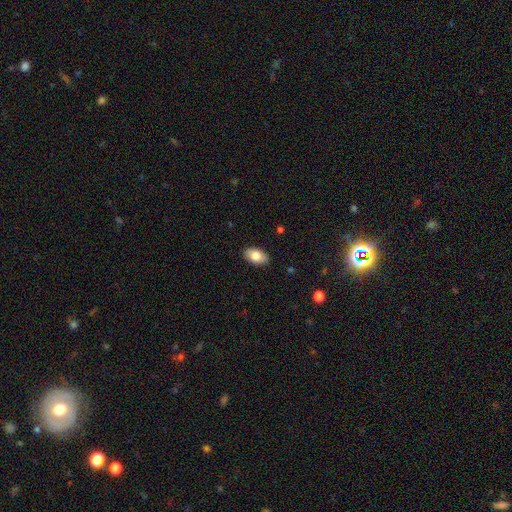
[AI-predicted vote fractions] Smooth or featured?
  - smooth: 81% *
  - featured or disk: 12%
  - star or artifact: 7%
How rounded?
  - in between: 93% *
  - round: 5%
  - cigar-shaped: 2%
Merging?
  - none: 88% *
  - minor disturbance: 9%
  - major disturbance: 2%
  - merger: 1%